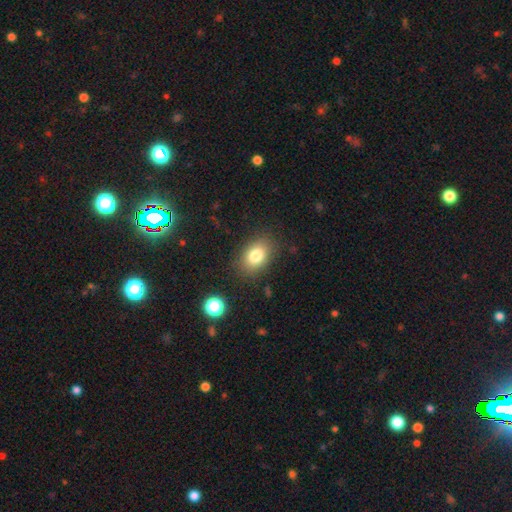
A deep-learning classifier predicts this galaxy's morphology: type=smooth (80%); roundness=in between (75%); merging=none (84%).